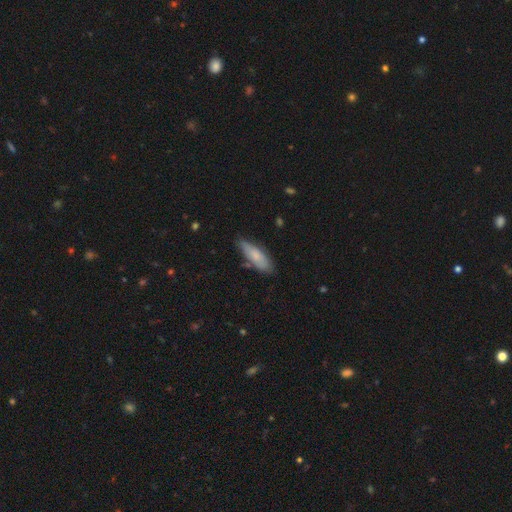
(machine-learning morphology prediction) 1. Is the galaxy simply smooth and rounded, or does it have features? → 76% smooth, 18% featured or disk, 6% star or artifact.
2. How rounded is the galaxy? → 56% in between, 42% cigar-shaped, 2% round.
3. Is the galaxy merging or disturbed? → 70% none, 23% minor disturbance, 4% major disturbance, 3% merger.